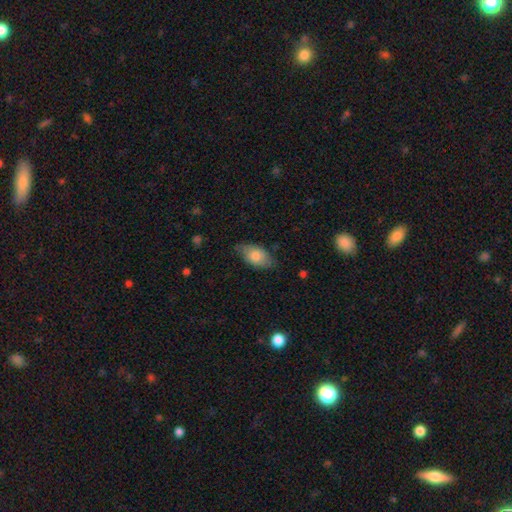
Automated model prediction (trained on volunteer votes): Q: Smooth or featured?
A: smooth (74%); runner-up: featured or disk (19%)
Q: How rounded?
A: in between (91%); runner-up: round (5%)
Q: Merging?
A: none (70%); runner-up: minor disturbance (25%)